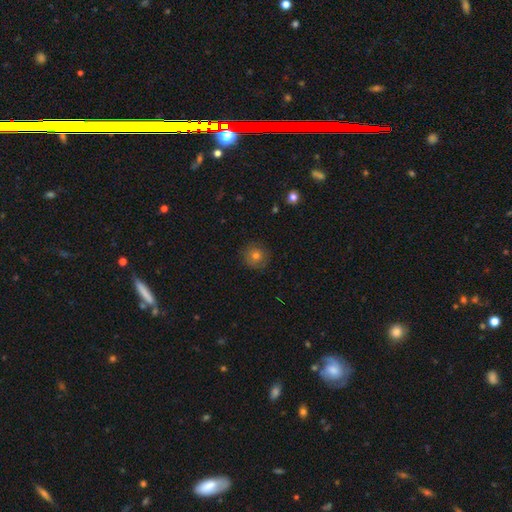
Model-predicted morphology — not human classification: type=smooth (67%); roundness=round (94%); merging=none (85%).